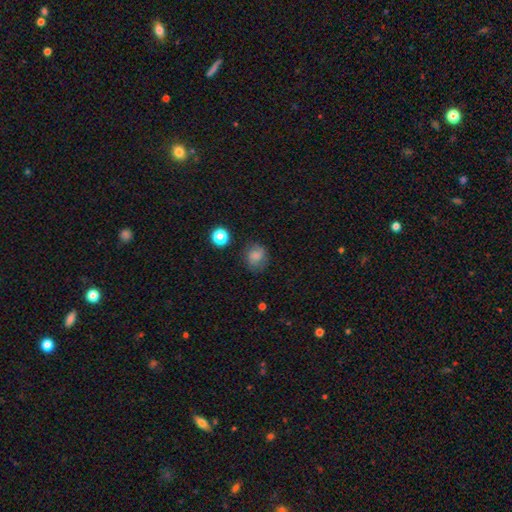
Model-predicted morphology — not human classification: type=smooth (65%); roundness=round (70%); merging=none (70%).